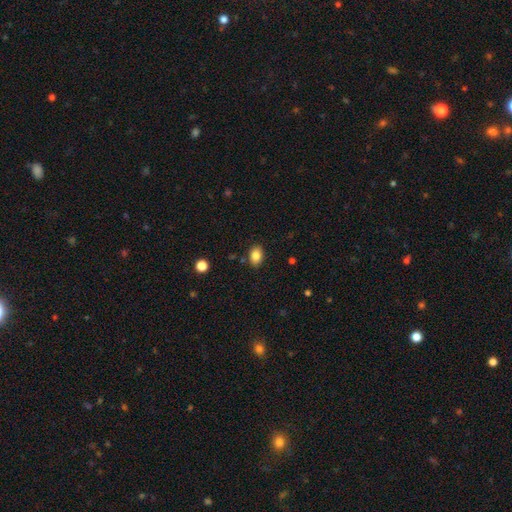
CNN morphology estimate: This is clearly a smooth galaxy (84%). How rounded: likely in between (78%). Merging: clearly none (86%).